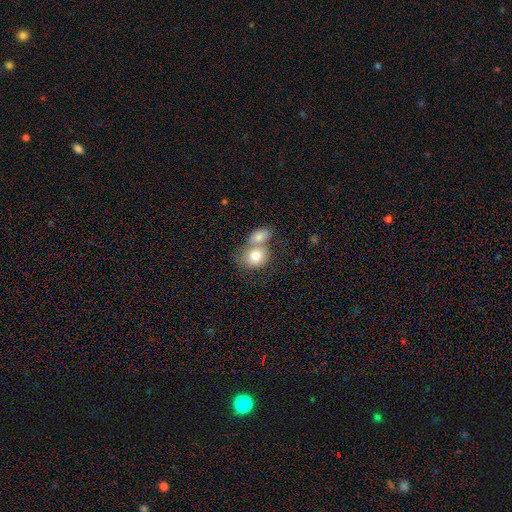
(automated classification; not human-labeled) This is clearly a smooth galaxy (80%). How rounded: possibly round (56%). Merging: likely merger (64%).